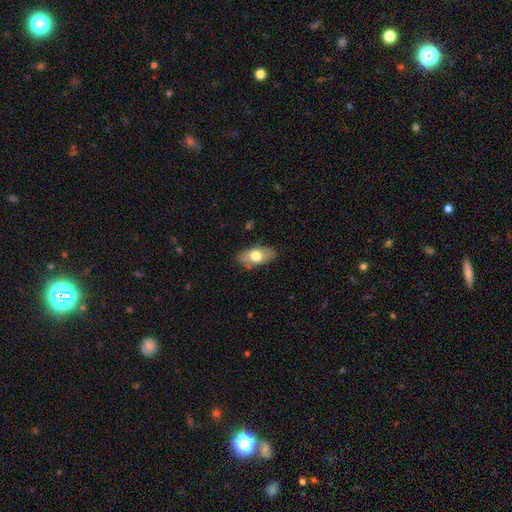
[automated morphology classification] Q: Smooth or featured?
A: smooth (68%); runner-up: featured or disk (25%)
Q: How rounded?
A: in between (89%); runner-up: cigar-shaped (6%)
Q: Merging?
A: none (82%); runner-up: minor disturbance (14%)